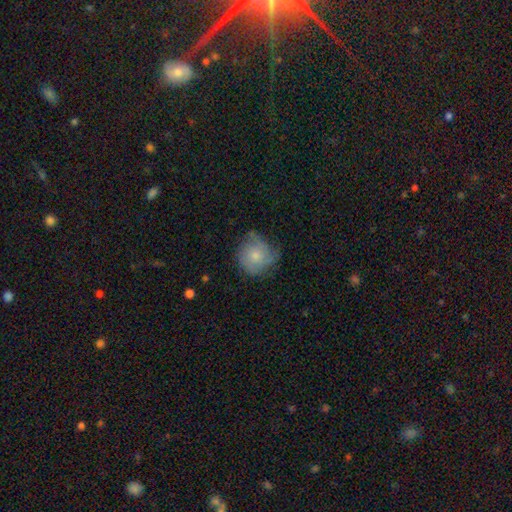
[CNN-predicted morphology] Q: Smooth or featured?
A: smooth (60%); runner-up: featured or disk (33%)
Q: How rounded?
A: round (86%); runner-up: in between (13%)
Q: Merging?
A: none (56%); runner-up: minor disturbance (32%)